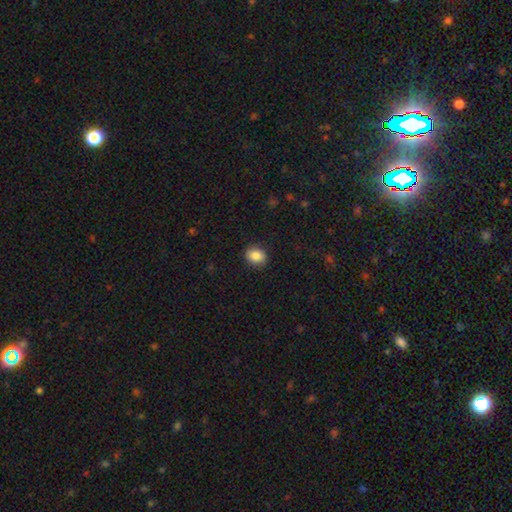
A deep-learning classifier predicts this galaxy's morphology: Q: Smooth or featured?
A: smooth (87%); runner-up: star or artifact (8%)
Q: How rounded?
A: round (54%); runner-up: in between (45%)
Q: Merging?
A: none (88%); runner-up: minor disturbance (9%)